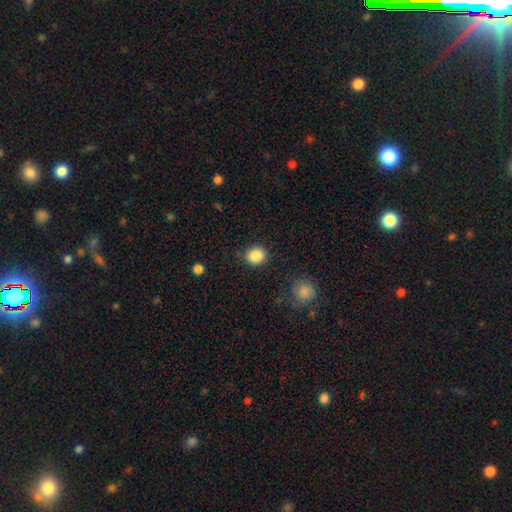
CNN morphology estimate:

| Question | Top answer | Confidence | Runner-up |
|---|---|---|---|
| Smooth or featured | smooth | 86% | star or artifact (9%) |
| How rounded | round | 74% | in between (25%) |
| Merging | none | 86% | minor disturbance (9%) |